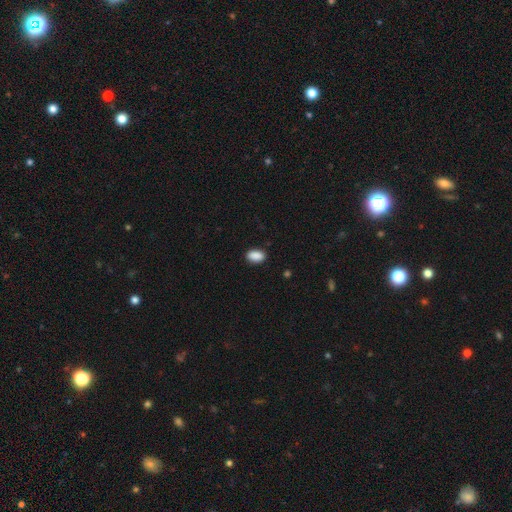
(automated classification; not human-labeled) This is clearly a smooth galaxy (90%). How rounded: clearly in between (91%). Merging: clearly none (88%).